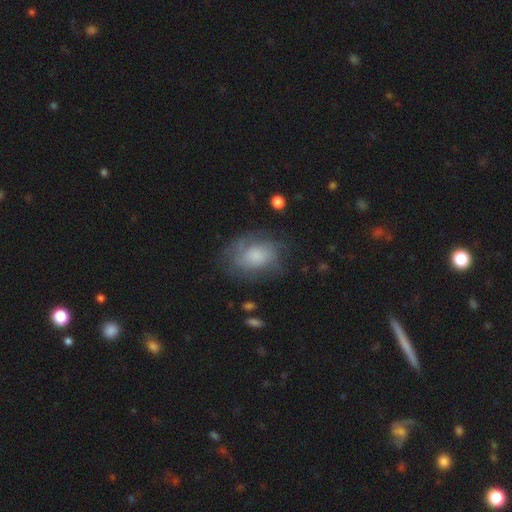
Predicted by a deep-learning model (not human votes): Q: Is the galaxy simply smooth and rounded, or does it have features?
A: featured or disk — 48%.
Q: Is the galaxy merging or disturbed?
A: none — 61%.